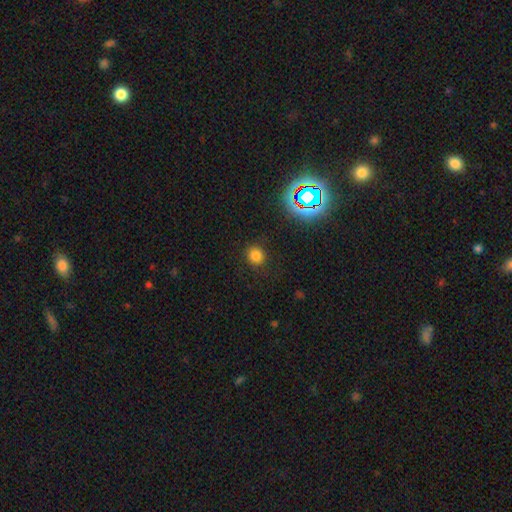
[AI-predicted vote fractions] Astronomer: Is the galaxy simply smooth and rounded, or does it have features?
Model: smooth — 77%.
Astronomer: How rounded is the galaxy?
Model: round — 87%.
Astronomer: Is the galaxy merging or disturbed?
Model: none — 87%.